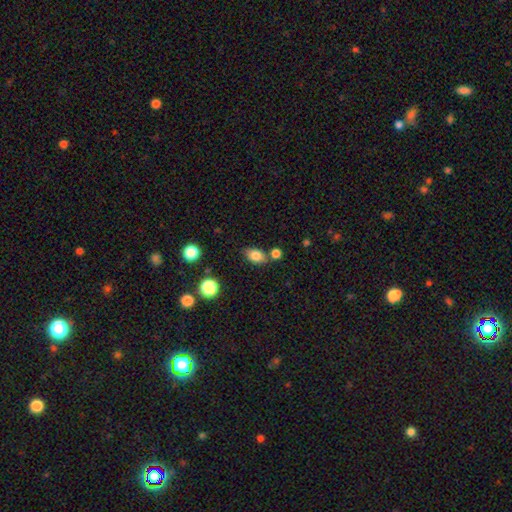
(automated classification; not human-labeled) smooth-or-featured: smooth: 82% | star or artifact: 10% | featured or disk: 8%
  how-rounded: in between: 82% | round: 16% | cigar-shaped: 2%
  merging: none: 70% | minor disturbance: 13% | merger: 13% | major disturbance: 3%